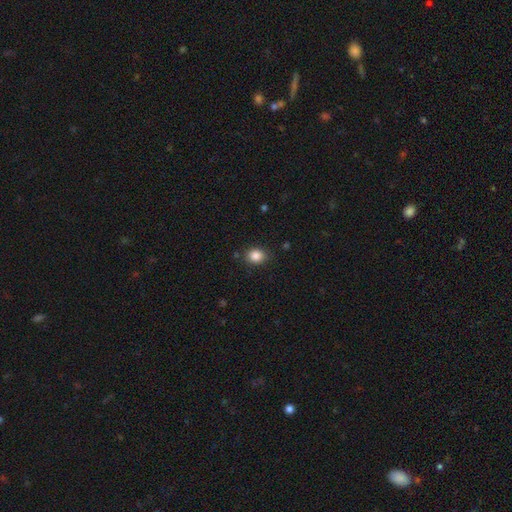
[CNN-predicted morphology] smooth-or-featured: smooth: 86% | star or artifact: 10% | featured or disk: 4%
  how-rounded: round: 63% | in between: 36% | cigar-shaped: 1%
  merging: none: 85% | minor disturbance: 11% | major disturbance: 3% | merger: 2%